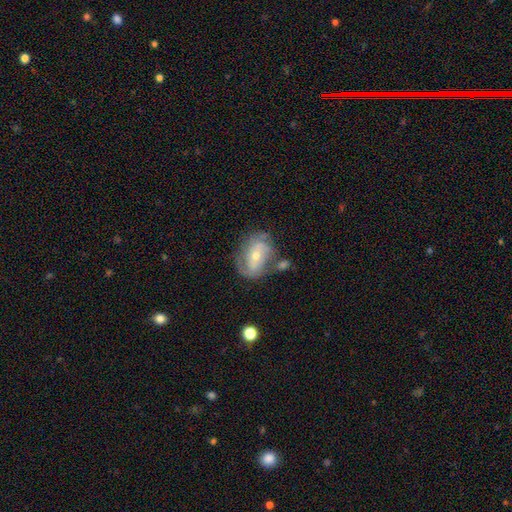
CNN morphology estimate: type=featured or disk (70%); edge-on=no (95%); bar=no (50%); spiral arms=yes (79%); winding=tight (42%); arm count=2 (55%); bulge=small (53%); merging=none (55%).